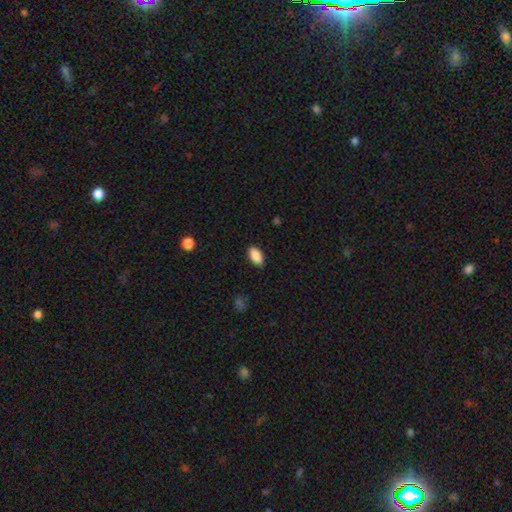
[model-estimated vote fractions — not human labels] This is clearly a smooth galaxy (88%). How rounded: clearly in between (93%). Merging: clearly none (87%).